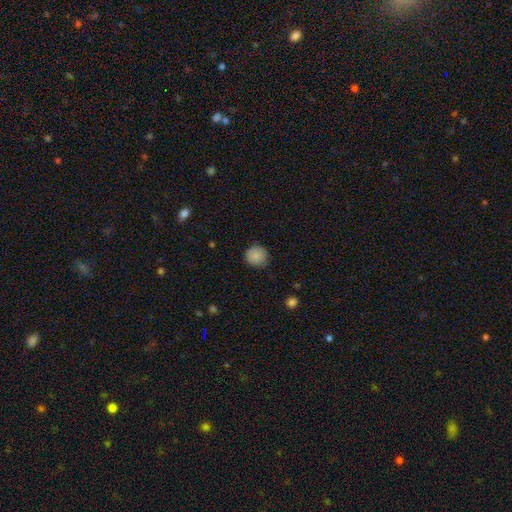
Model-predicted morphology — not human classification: This is clearly a smooth galaxy (87%). How rounded: clearly round (91%). Merging: clearly none (83%).